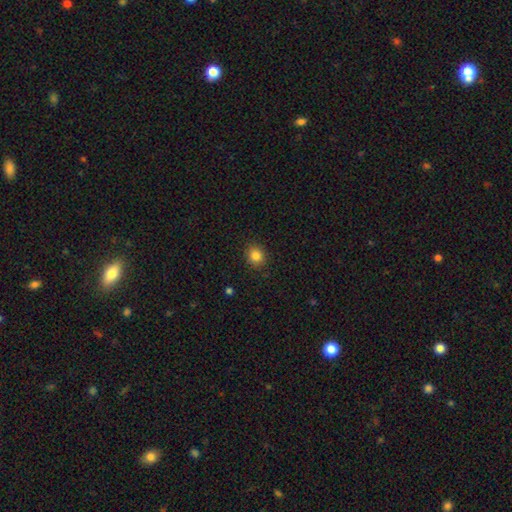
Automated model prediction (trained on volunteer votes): smooth_or_featured: smooth (p=0.84) [alt: star or artifact p=0.11]
how_rounded: round (p=0.80) [alt: in between p=0.20]
merging: none (p=0.90) [alt: minor disturbance p=0.07]